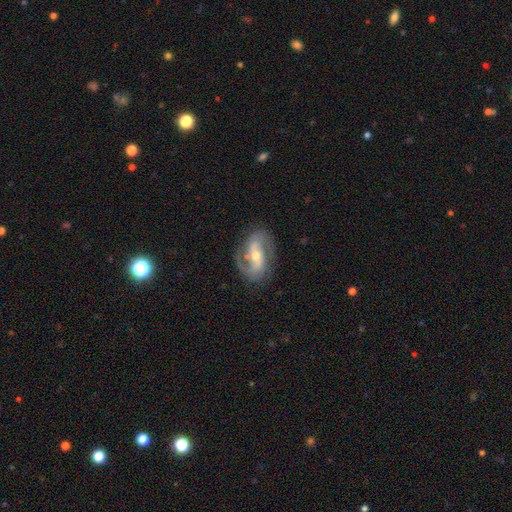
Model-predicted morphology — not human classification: Smooth or featured: featured or disk — 85% (smooth — 9%)
Edge-on disk: no — 96% (yes — 4%)
Bar: weak — 37% (strong — 36%)
Spiral arms: yes — 94% (no — 6%)
Spiral winding: medium — 50% (loose — 26%)
Spiral arm count: 2 — 88% (can't tell — 5%)
Bulge size: moderate — 56% (small — 39%)
Merging: none — 79% (minor disturbance — 14%)